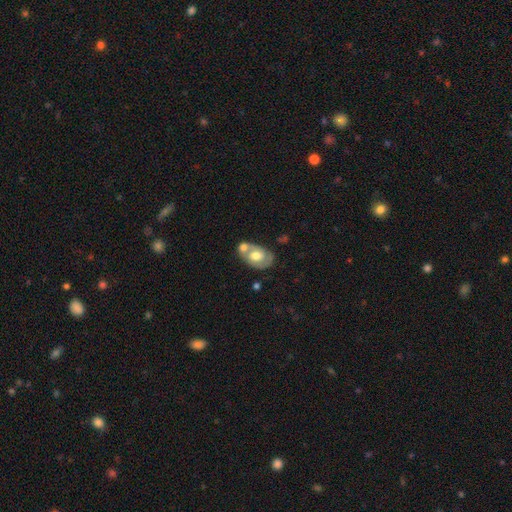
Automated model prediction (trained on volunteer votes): Overall: featured or disk (54%; smooth 39%). Edge-on disk: no (95%). Bar: no (71%). Spiral arms: yes (57%; no 43%). Bulge size: moderate (67%). Merging: merger (42%; none 36%).